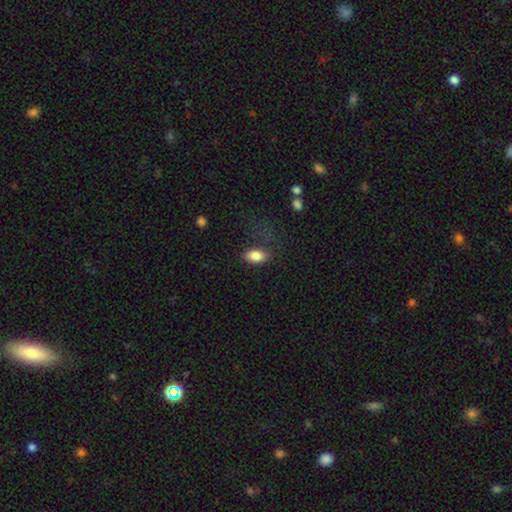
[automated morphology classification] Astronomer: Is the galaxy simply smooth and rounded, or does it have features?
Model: smooth — 84%.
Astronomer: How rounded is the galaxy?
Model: in between — 90%.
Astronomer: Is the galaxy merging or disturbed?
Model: none — 69%.